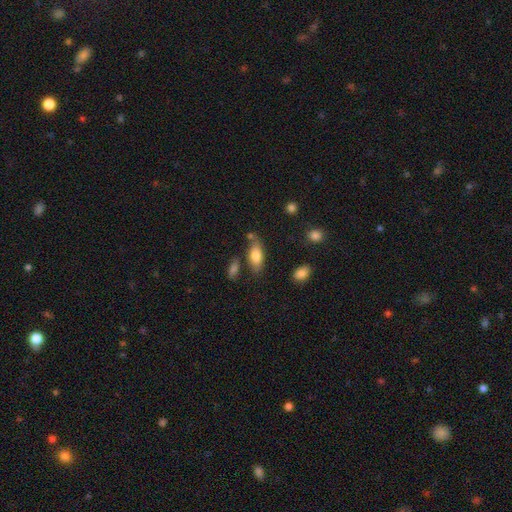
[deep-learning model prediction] smooth-or-featured: smooth: 76% | featured or disk: 17% | star or artifact: 7%
  how-rounded: in between: 82% | cigar-shaped: 15% | round: 3%
  merging: none: 65% | minor disturbance: 19% | merger: 10% | major disturbance: 5%